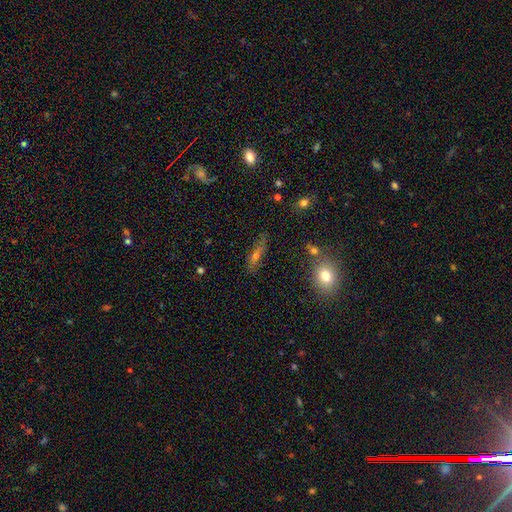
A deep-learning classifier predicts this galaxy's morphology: This is marginally a smooth galaxy (41%, tied with featured or disk). Merging: likely none (75%).